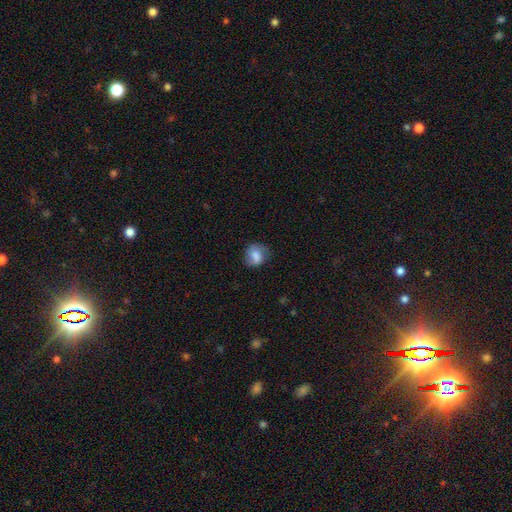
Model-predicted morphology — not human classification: A smooth galaxy with no disk features (73%) that is round (67%).

Vote fractions:
- Smooth or featured? smooth: 73% / featured or disk: 19% / star or artifact: 8%
- How rounded? round: 67% / in between: 32% / cigar-shaped: 1%
- Merging? none: 65% / minor disturbance: 24% / major disturbance: 9% / merger: 1%